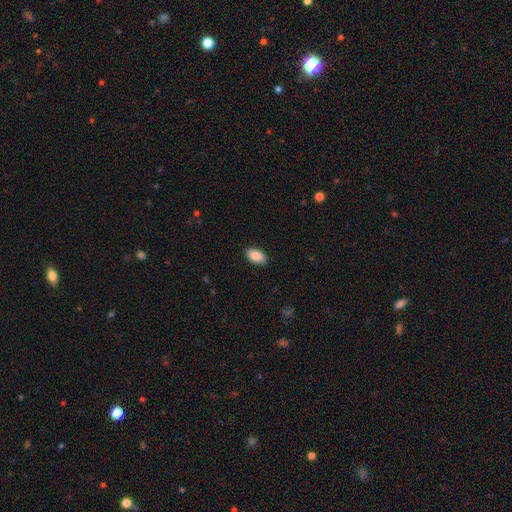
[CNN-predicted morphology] This appears to be a smooth galaxy with no disk features (89%) that is in between round and cigar-shaped (94%). Merging: none (89%).